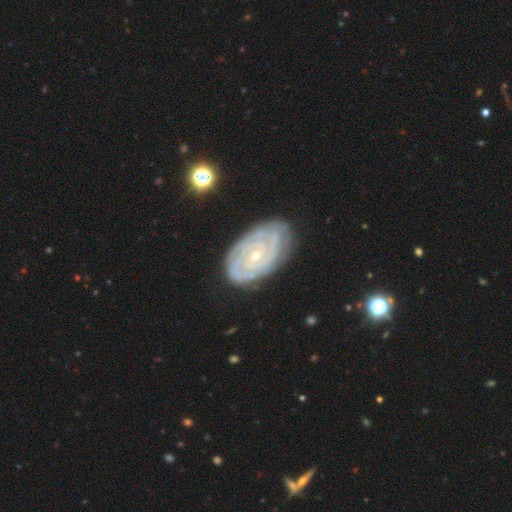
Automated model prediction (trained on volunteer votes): A featured or disk galaxy (84%) with no bar (77%), tight (80%) spiral arms (94%) and a small central bulge (76%).

Vote fractions:
- Smooth or featured? featured or disk: 84% / smooth: 10% / star or artifact: 6%
- Edge-on disk? no: 96% / yes: 4%
- Bar? no: 77% / weak: 18% / strong: 5%
- Spiral arms? yes: 94% / no: 6%
- Spiral winding? tight: 80% / medium: 16% / loose: 3%
- Spiral arm count? can't tell: 36% / 2: 24% / 3: 17% / 4: 12% / more than 4: 7% / 1: 5%
- Bulge size? small: 76% / moderate: 21% / none: 1% / large: 1% / dominant: 1%
- Merging? none: 77% / minor disturbance: 17% / major disturbance: 5% / merger: 2%